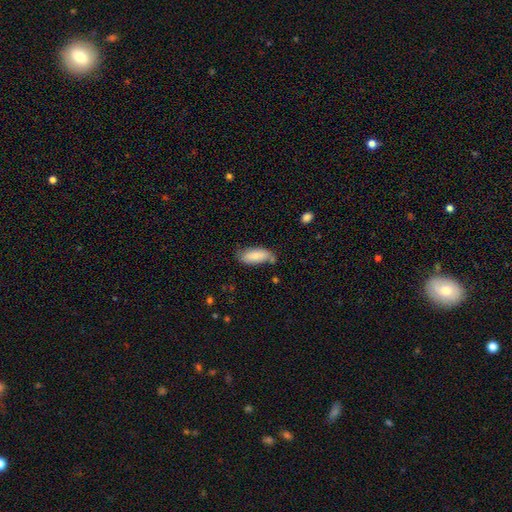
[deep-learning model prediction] Q: Smooth or featured?
A: smooth (82%); runner-up: featured or disk (11%)
Q: How rounded?
A: in between (83%); runner-up: cigar-shaped (15%)
Q: Merging?
A: none (66%); runner-up: minor disturbance (23%)